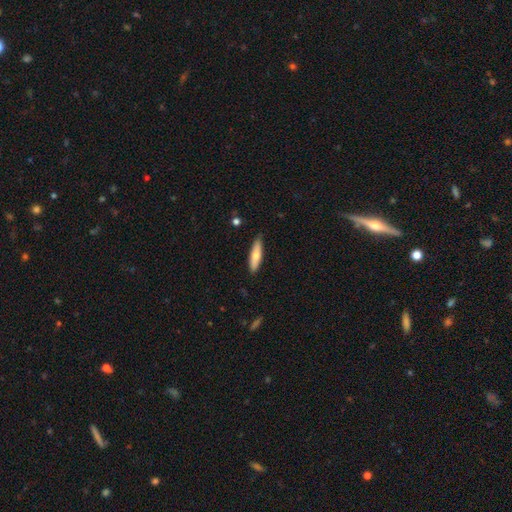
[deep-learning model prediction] This appears to be a smooth galaxy with no disk features (67%) that is cigar-shaped (69%). Merging: none (86%).